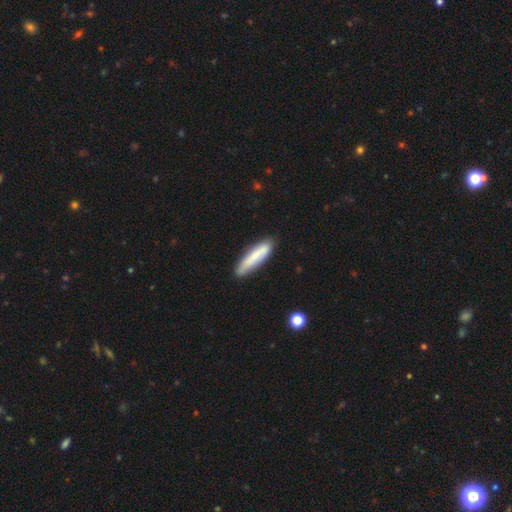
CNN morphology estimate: Overall: smooth (72%). How rounded: cigar-shaped (79%). Merging: none (81%).